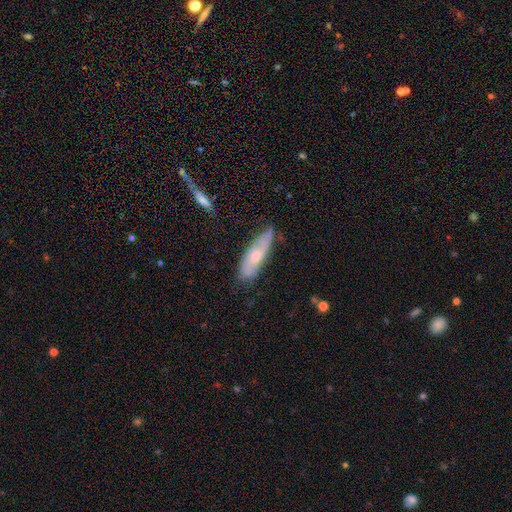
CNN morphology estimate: Smooth or featured? smooth (52%)
How rounded? in between (54%)
Merging? none (58%)